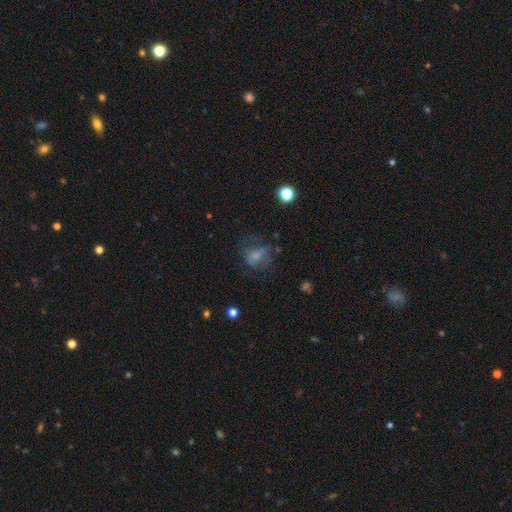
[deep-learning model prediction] Smooth or featured: smooth — 58% (featured or disk — 28%)
How rounded: in between — 55% (round — 43%)
Merging: none — 46% (major disturbance — 30%)